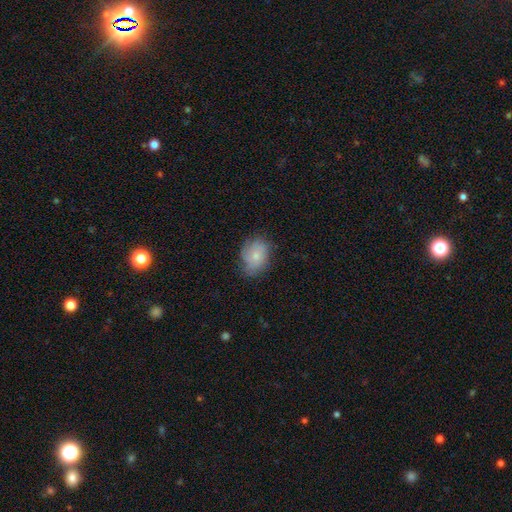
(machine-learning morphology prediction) smooth-or-featured: smooth: 68% | featured or disk: 24% | star or artifact: 8%
  how-rounded: in between: 59% | round: 39% | cigar-shaped: 1%
  merging: none: 64% | minor disturbance: 27% | major disturbance: 8% | merger: 1%